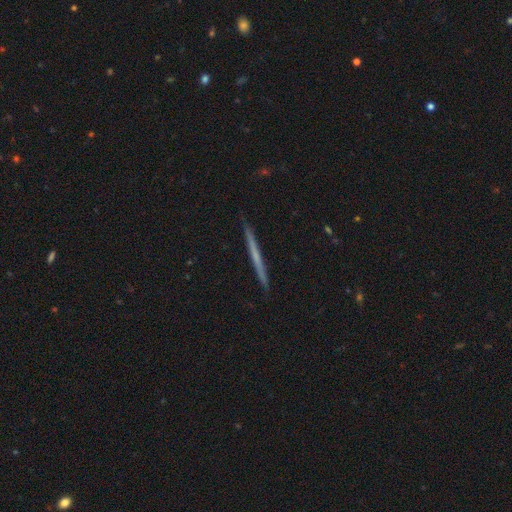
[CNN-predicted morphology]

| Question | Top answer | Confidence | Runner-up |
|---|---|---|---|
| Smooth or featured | featured or disk | 52% | smooth (42%) |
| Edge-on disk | yes | 98% | no (2%) |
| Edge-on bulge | none | 88% | rounded (9%) |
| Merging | none | 93% | minor disturbance (5%) |